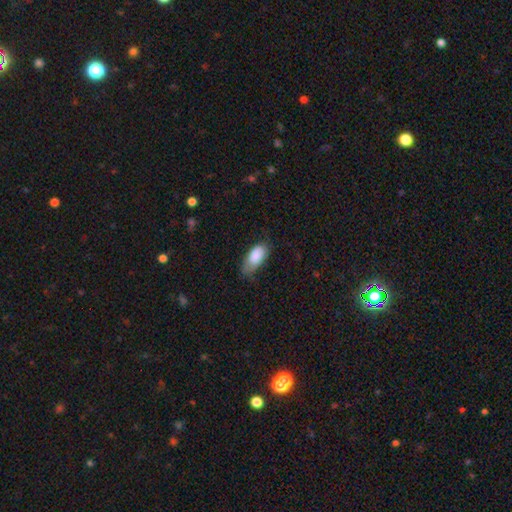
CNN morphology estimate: smooth-or-featured: smooth: 85% | featured or disk: 8% | star or artifact: 6%
  how-rounded: in between: 91% | cigar-shaped: 7% | round: 3%
  merging: none: 53% | minor disturbance: 36% | major disturbance: 10% | merger: 2%